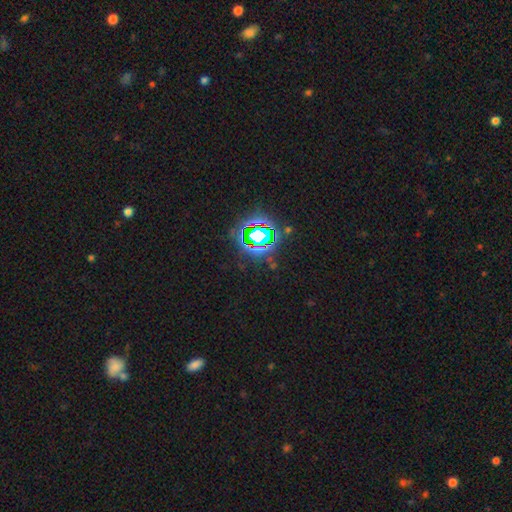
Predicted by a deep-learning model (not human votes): The model was most divided on "smooth or featured": star or artifact: 79%, smooth: 12%, featured or disk: 9%.